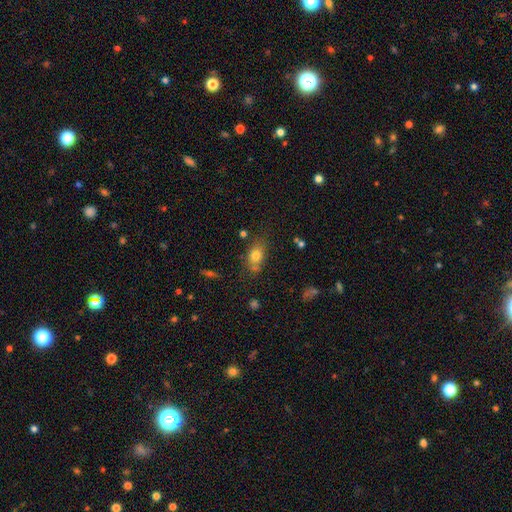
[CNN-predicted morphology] Q: Smooth or featured?
A: smooth (78%); runner-up: featured or disk (12%)
Q: How rounded?
A: in between (72%); runner-up: round (25%)
Q: Merging?
A: none (64%); runner-up: minor disturbance (20%)